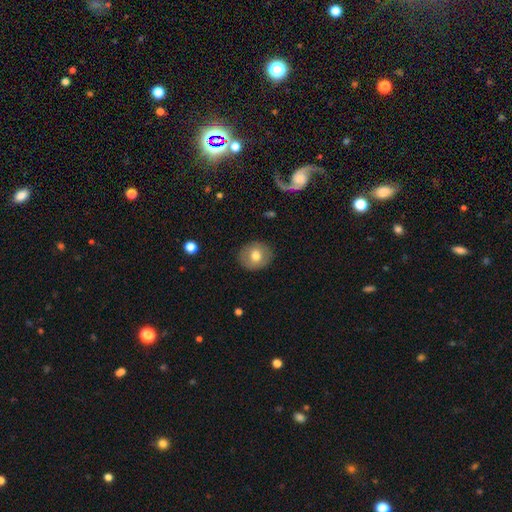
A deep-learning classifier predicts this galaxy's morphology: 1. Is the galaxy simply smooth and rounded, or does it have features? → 70% smooth, 22% featured or disk, 8% star or artifact.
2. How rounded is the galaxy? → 75% round, 24% in between, 1% cigar-shaped.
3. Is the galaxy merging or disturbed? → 87% none, 9% minor disturbance, 3% major disturbance, 1% merger.